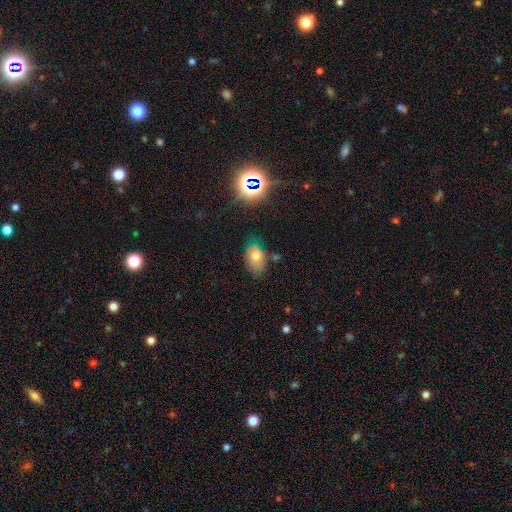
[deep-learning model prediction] A smooth galaxy with no disk features (68%) that is in between round and cigar-shaped (84%).

Vote fractions:
- Smooth or featured? smooth: 68% / featured or disk: 16% / star or artifact: 16%
- How rounded? in between: 84% / round: 14% / cigar-shaped: 1%
- Merging? none: 62% / minor disturbance: 27% / major disturbance: 7% / merger: 5%